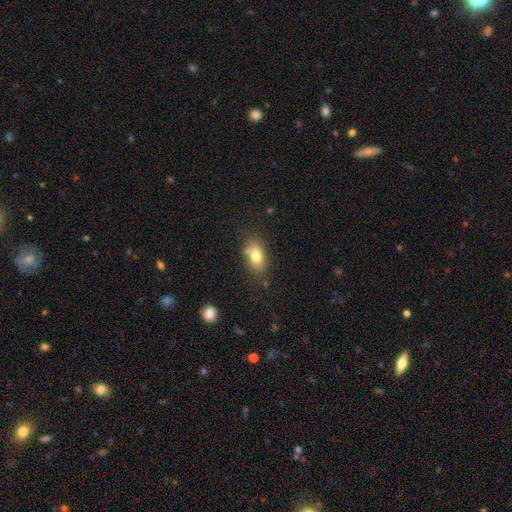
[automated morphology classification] Smooth or featured? smooth (77%)
How rounded? in between (83%)
Merging? none (74%)